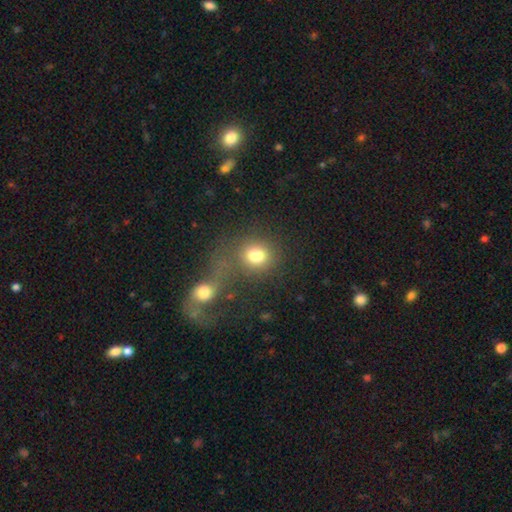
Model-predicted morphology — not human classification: Smooth or featured: smooth — 78% (star or artifact — 12%)
How rounded: round — 76% (in between — 23%)
Merging: none — 51% (merger — 31%)